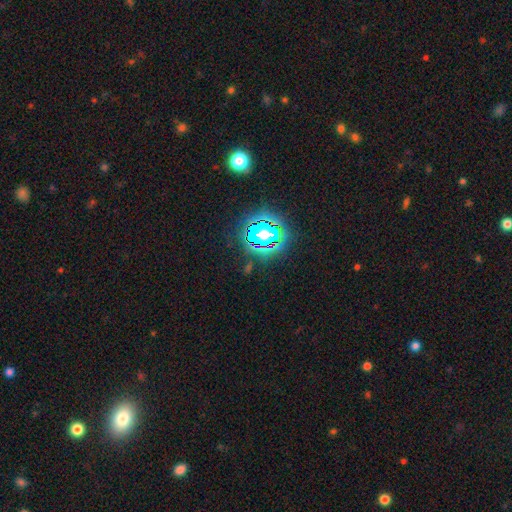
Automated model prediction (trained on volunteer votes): Q: Smooth or featured?
A: star or artifact (82%); runner-up: smooth (11%)